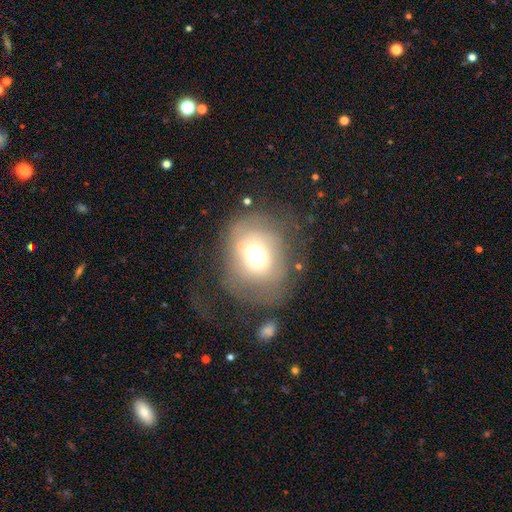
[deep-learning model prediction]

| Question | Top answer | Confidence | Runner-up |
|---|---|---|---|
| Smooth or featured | smooth | 61% | featured or disk (26%) |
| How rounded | round | 70% | in between (29%) |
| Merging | none | 46% | major disturbance (28%) |